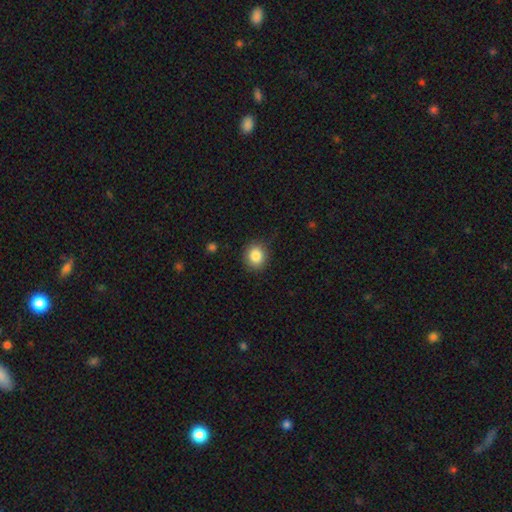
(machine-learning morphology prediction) Overall: smooth (85%). How rounded: round (75%). Merging: none (86%).